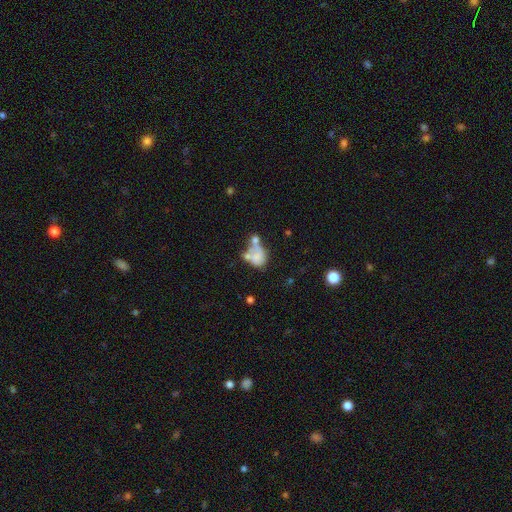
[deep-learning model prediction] Smooth or featured: smooth — 55% (featured or disk — 33%)
How rounded: in between — 67% (round — 32%)
Merging: merger — 43% (major disturbance — 23%)